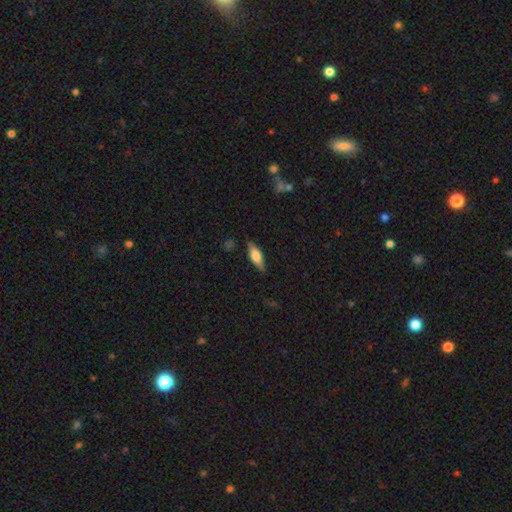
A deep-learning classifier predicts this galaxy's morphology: The model was most divided on "how rounded": in between: 56%, cigar-shaped: 42%, round: 2%. More confident: merging — none (81%); smooth or featured — smooth (63%).